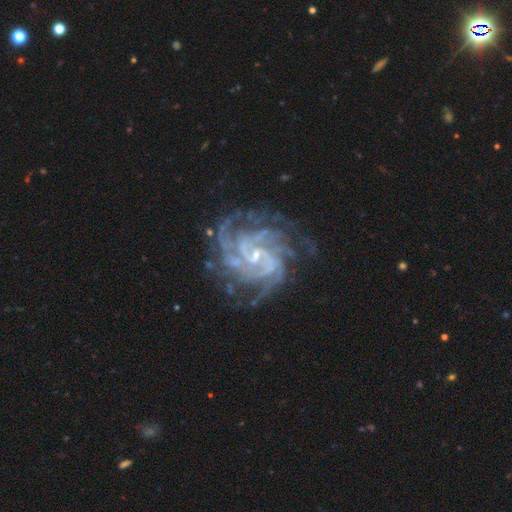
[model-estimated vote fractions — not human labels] Smooth or featured: featured or disk — 92% (star or artifact — 5%)
Edge-on disk: no — 98% (yes — 2%)
Bar: weak — 47% (no — 38%)
Spiral arms: yes — 98% (no — 2%)
Spiral winding: tight — 63% (medium — 32%)
Spiral arm count: 4 — 29% (3 — 18%)
Bulge size: small — 73% (moderate — 20%)
Merging: none — 73% (minor disturbance — 16%)